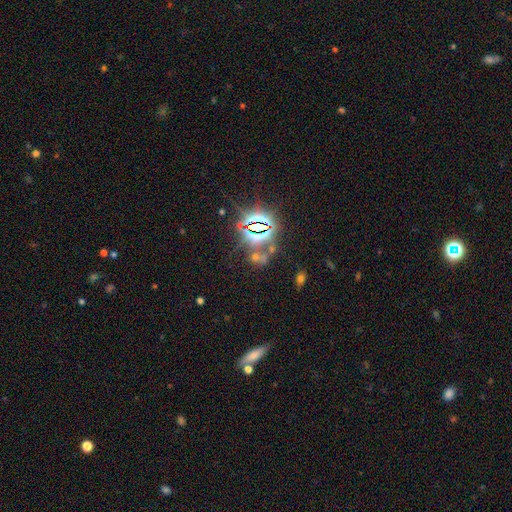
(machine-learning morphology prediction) The model was most divided on "smooth or featured": star or artifact: 74%, smooth: 15%, featured or disk: 10%.